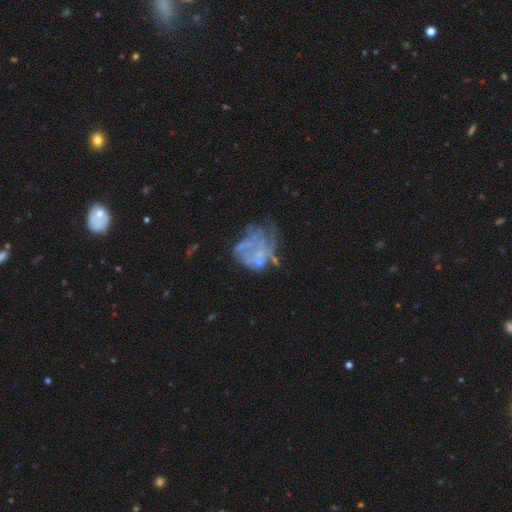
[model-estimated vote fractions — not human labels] This appears to be a featured or disk galaxy (64%) with no bar (89%), no spiral arms (75%) and no central bulge (70%). Merging: major disturbance (40%).